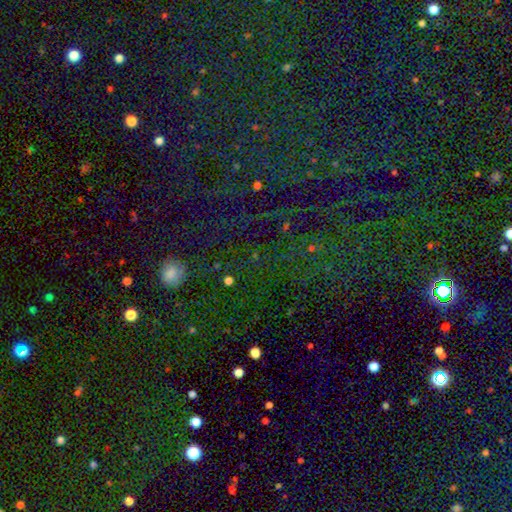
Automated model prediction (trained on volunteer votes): A star or artifact, not a galaxy (68%).